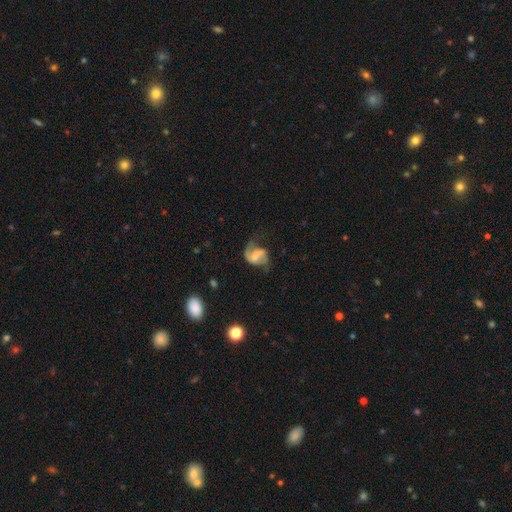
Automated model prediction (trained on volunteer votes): A featured or disk galaxy (78%) with a weak bar (47%), 2 (83%) loose (46%) spiral arms (94%) and a small central bulge (33%, tied with none). Merging: none (54%).